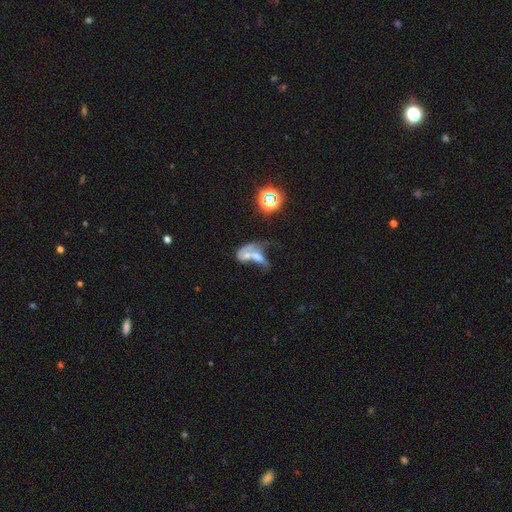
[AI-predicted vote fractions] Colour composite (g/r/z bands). It shows a featured or disk galaxy (46%). Merging: merger (71%).